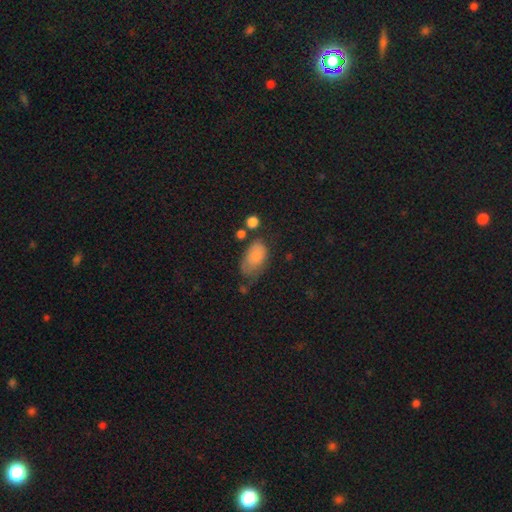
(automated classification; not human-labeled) Smooth or featured? Predicted: smooth (p=0.77). How rounded? Predicted: in between (p=0.91). Merging? Predicted: none (p=0.39).